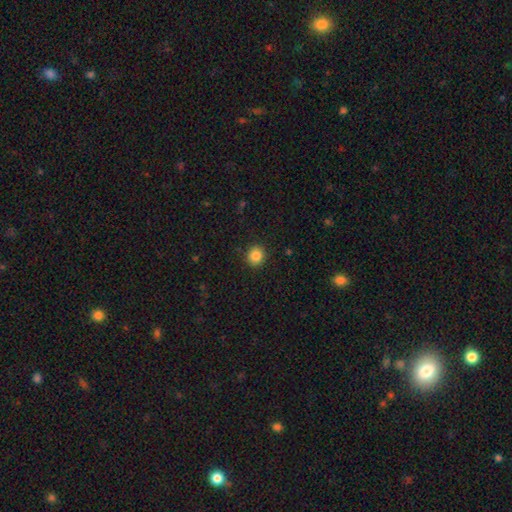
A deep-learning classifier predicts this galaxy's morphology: The model was most divided on "smooth or featured": smooth: 86%, star or artifact: 10%, featured or disk: 4%. More confident: merging — none (91%); how rounded — round (88%).